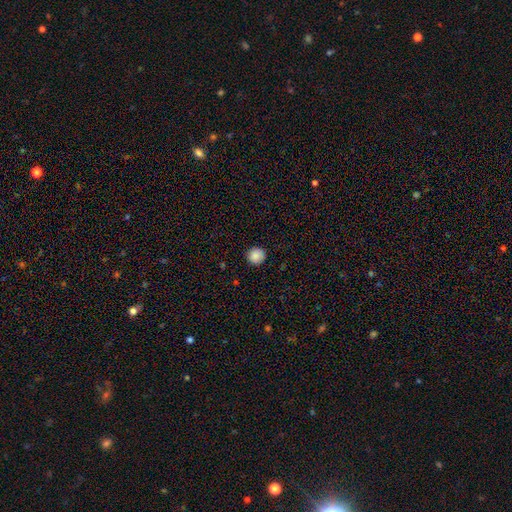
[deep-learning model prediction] Smooth or featured?
  - smooth: 88% *
  - star or artifact: 9%
  - featured or disk: 3%
How rounded?
  - round: 93% *
  - in between: 6%
  - cigar-shaped: 1%
Merging?
  - none: 91% *
  - minor disturbance: 6%
  - major disturbance: 2%
  - merger: 1%